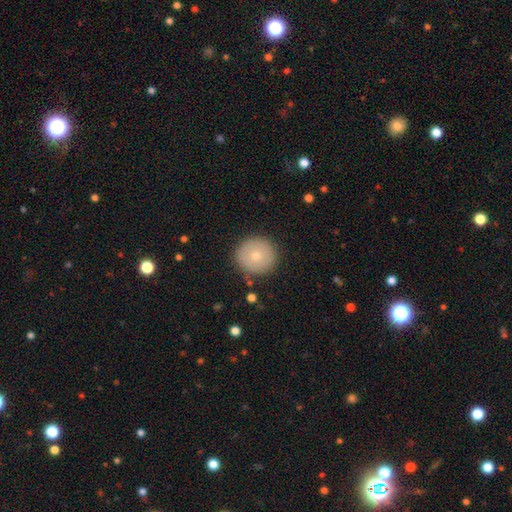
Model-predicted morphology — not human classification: The model was most divided on "smooth or featured": smooth: 73%, featured or disk: 19%, star or artifact: 8%. More confident: how rounded — round (94%); merging — none (88%).